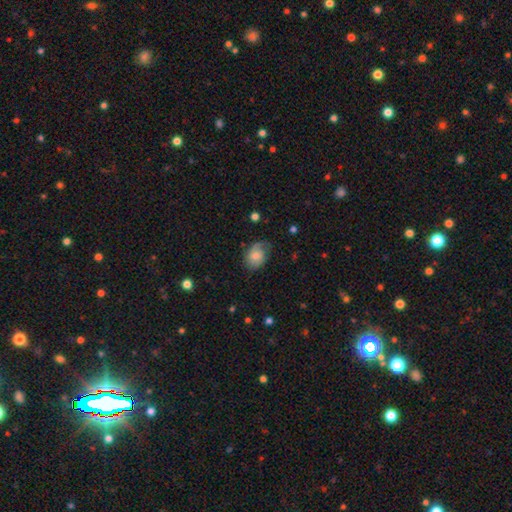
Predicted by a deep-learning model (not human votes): smooth_or_featured: smooth (p=0.58) [alt: featured or disk p=0.34]
how_rounded: in between (p=0.72) [alt: round p=0.27]
merging: none (p=0.57) [alt: minor disturbance p=0.29]